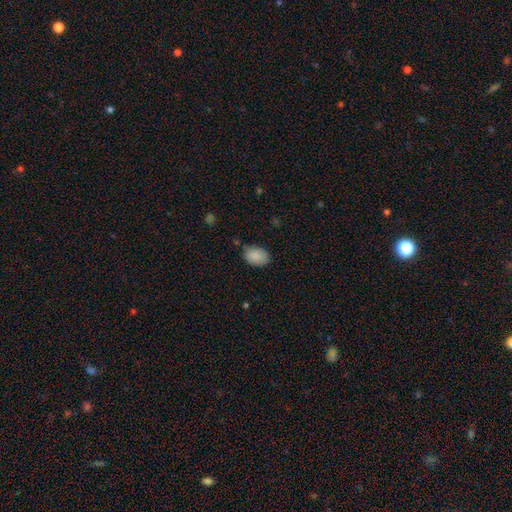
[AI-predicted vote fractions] Q: Smooth or featured?
A: smooth (88%); runner-up: star or artifact (7%)
Q: How rounded?
A: in between (83%); runner-up: round (15%)
Q: Merging?
A: none (72%); runner-up: minor disturbance (21%)